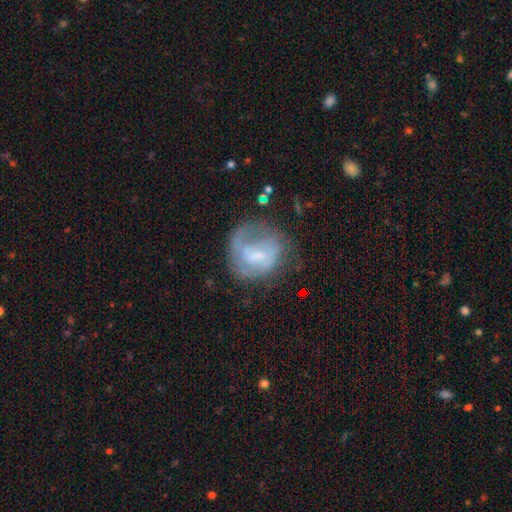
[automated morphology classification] This appears to be a featured or disk galaxy (59%) with a weak bar (48%), spiral arms (68%) and a small central bulge (33%). Merging: none (48%).